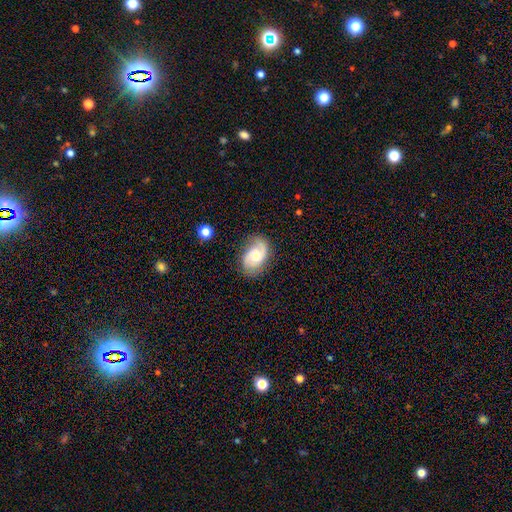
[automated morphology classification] Q: Smooth or featured?
A: featured or disk (70%); runner-up: smooth (23%)
Q: Edge-on disk?
A: no (97%); runner-up: yes (3%)
Q: Bar?
A: no (62%); runner-up: weak (33%)
Q: Spiral arms?
A: yes (93%); runner-up: no (7%)
Q: Spiral winding?
A: medium (45%); runner-up: loose (32%)
Q: Spiral arm count?
A: 2 (76%); runner-up: 1 (14%)
Q: Bulge size?
A: moderate (58%); runner-up: small (32%)
Q: Merging?
A: none (71%); runner-up: minor disturbance (20%)